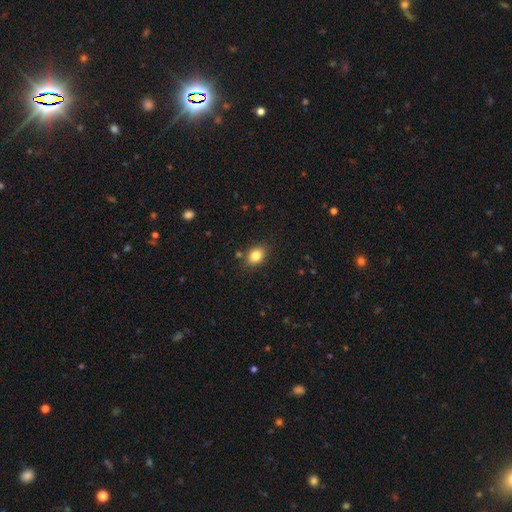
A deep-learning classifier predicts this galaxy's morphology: Q: Smooth or featured?
A: smooth (83%); runner-up: star or artifact (10%)
Q: How rounded?
A: in between (67%); runner-up: round (32%)
Q: Merging?
A: none (84%); runner-up: minor disturbance (11%)